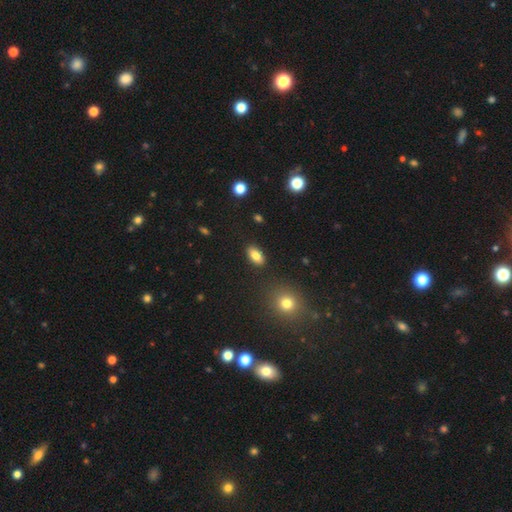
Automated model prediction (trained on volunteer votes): Morphology: type=smooth (84%); roundness=in between (91%); merging=none (88%).